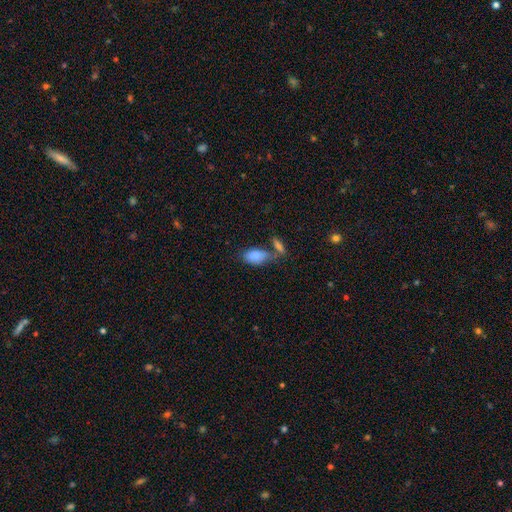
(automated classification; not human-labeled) Smooth or featured: smooth — 84% (featured or disk — 8%)
How rounded: in between — 91% (cigar-shaped — 5%)
Merging: none — 42% (merger — 32%)